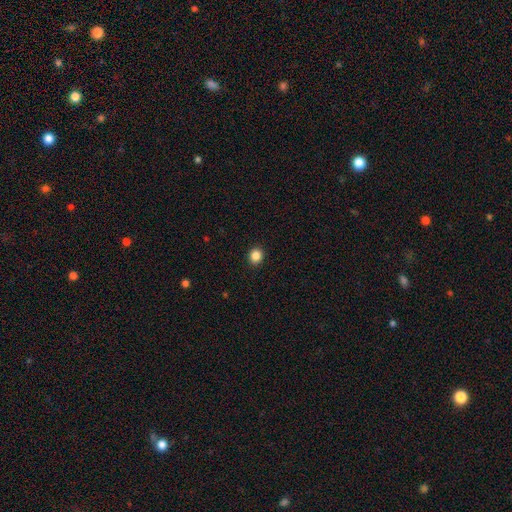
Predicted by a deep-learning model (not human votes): Smooth or featured: smooth — 86% (star or artifact — 11%)
How rounded: round — 82% (in between — 17%)
Merging: none — 93% (minor disturbance — 5%)